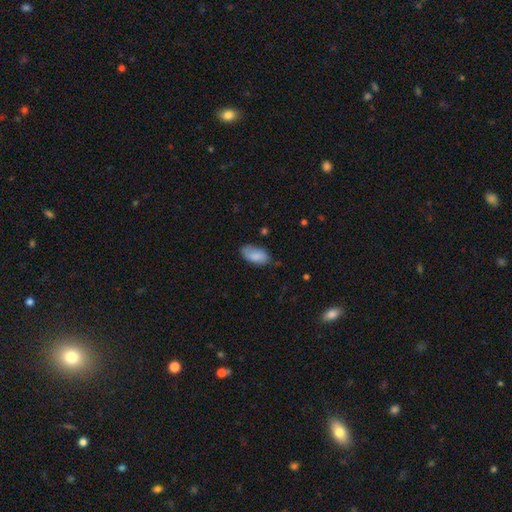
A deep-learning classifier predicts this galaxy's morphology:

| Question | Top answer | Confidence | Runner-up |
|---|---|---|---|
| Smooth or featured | smooth | 85% | featured or disk (9%) |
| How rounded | in between | 94% | cigar-shaped (3%) |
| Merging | none | 69% | minor disturbance (25%) |